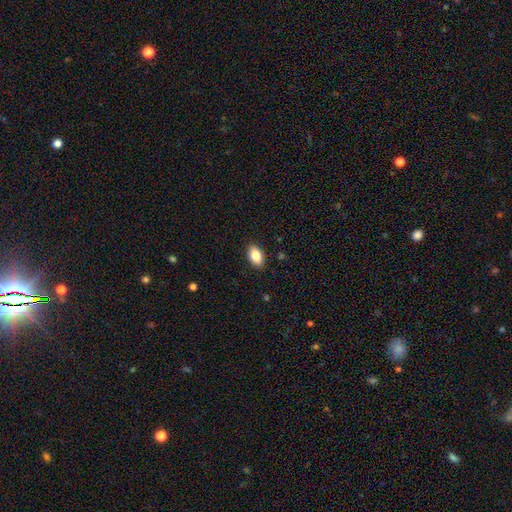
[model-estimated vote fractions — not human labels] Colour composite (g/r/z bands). It shows a smooth galaxy with no disk features (84%) that is in between round and cigar-shaped (92%). Merging: none (89%).